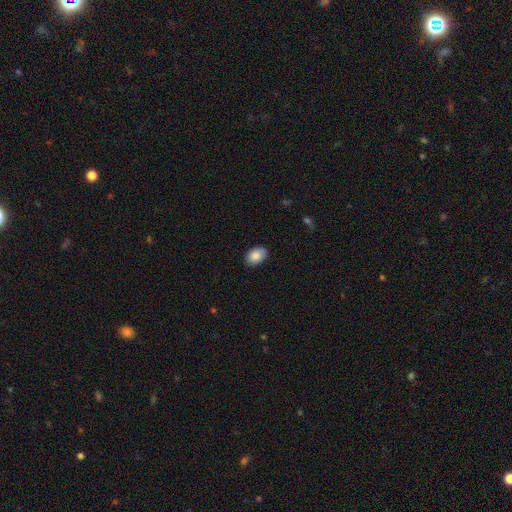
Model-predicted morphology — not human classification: This is clearly a smooth galaxy (86%). How rounded: clearly in between (87%). Merging: clearly none (87%).